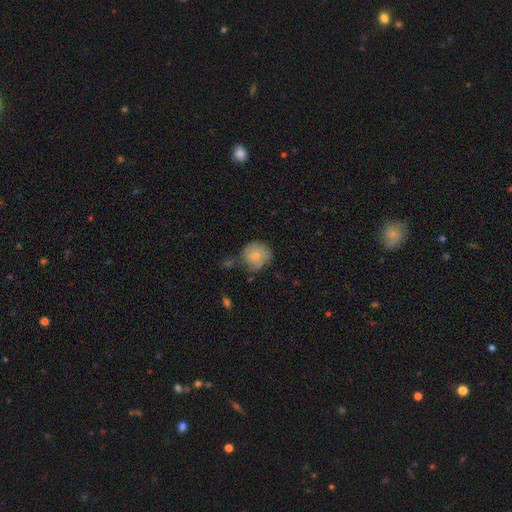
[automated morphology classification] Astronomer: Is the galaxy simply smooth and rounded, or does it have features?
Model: smooth — 56% (runner-up: featured or disk, 37%).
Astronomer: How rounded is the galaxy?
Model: round — 83%.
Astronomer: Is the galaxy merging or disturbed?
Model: none — 57%.